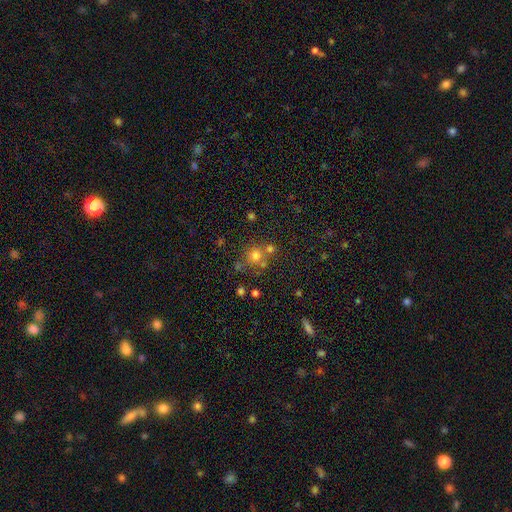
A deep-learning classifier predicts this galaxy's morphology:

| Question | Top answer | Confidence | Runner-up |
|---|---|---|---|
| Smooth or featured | smooth | 68% | star or artifact (21%) |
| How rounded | round | 90% | in between (9%) |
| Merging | none | 61% | merger (26%) |